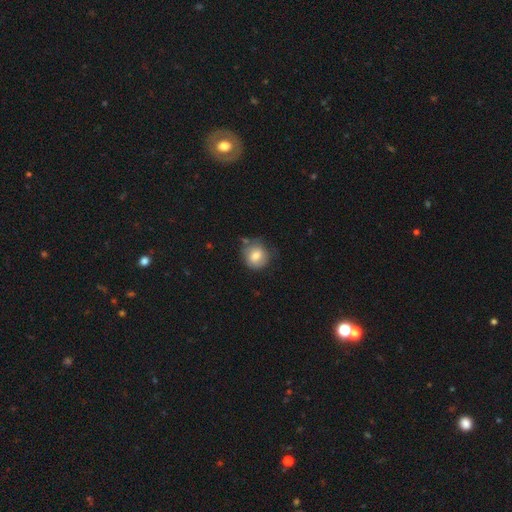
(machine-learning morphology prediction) Smooth or featured?
  - smooth: 76% *
  - featured or disk: 17%
  - star or artifact: 8%
How rounded?
  - round: 84% *
  - in between: 15%
  - cigar-shaped: 1%
Merging?
  - none: 66% *
  - minor disturbance: 23%
  - major disturbance: 6%
  - merger: 5%